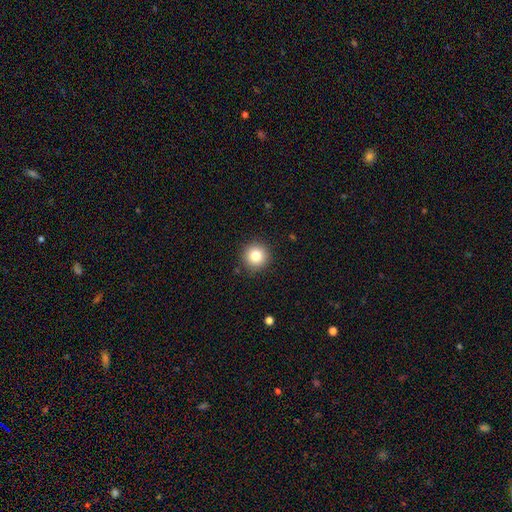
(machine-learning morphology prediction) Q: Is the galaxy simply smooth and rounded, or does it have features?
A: smooth — 82%.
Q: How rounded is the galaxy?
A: round — 95%.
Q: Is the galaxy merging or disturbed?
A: none — 90%.